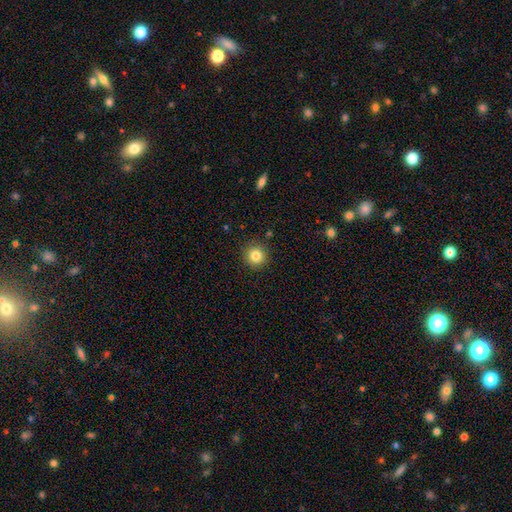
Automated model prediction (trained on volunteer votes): This is clearly a smooth galaxy (83%). How rounded: clearly round (94%). Merging: clearly none (90%).